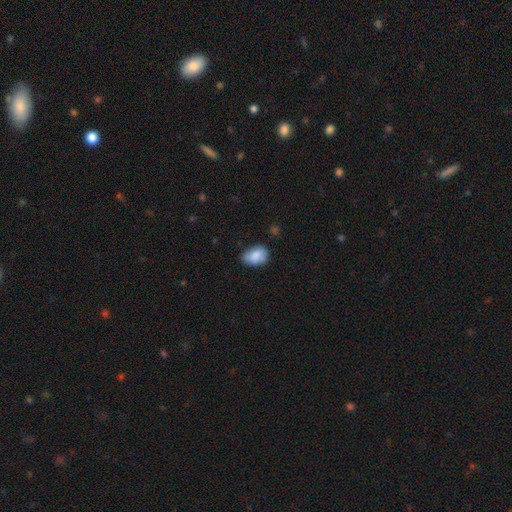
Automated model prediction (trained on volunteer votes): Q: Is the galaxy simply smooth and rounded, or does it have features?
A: smooth — 83%.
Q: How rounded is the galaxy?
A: in between — 81%.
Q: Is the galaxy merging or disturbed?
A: none — 62%.